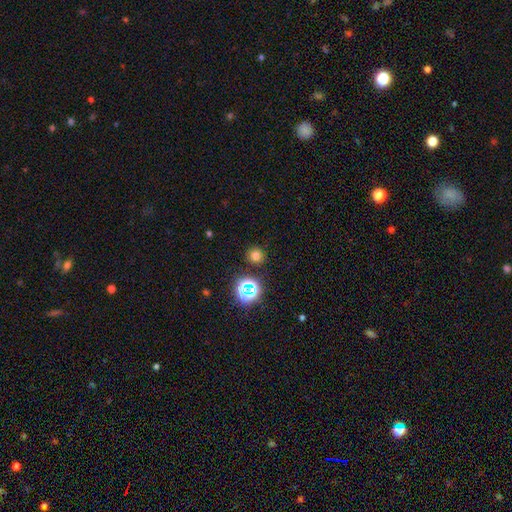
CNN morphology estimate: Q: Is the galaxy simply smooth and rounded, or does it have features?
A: smooth — 71%.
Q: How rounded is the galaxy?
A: round — 92%.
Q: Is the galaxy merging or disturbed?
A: none — 88%.